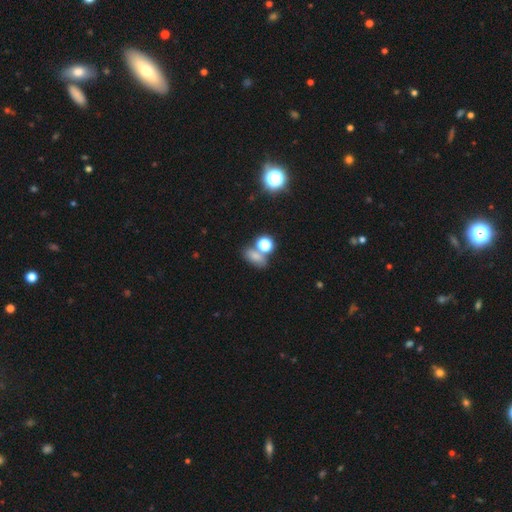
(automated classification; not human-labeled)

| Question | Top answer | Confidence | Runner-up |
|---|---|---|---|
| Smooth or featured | smooth | 67% | star or artifact (23%) |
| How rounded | in between | 70% | round (25%) |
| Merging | none | 50% | merger (29%) |